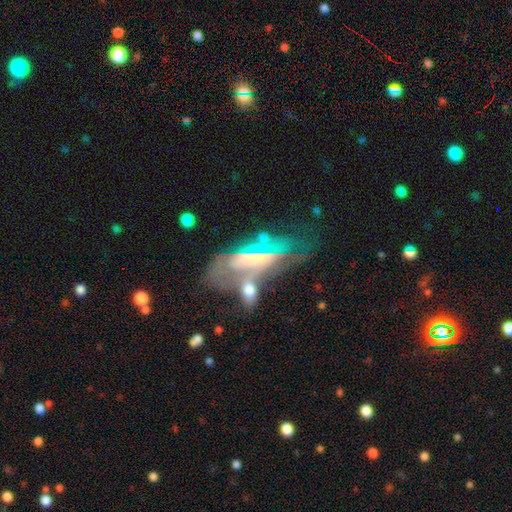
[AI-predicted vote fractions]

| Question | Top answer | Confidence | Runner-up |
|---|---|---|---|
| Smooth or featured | featured or disk | 71% | smooth (20%) |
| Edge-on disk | no | 57% | yes (43%) |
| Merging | none | 32% | merger (31%) |